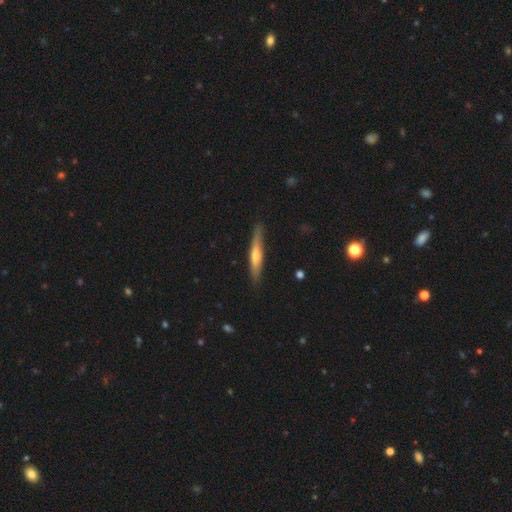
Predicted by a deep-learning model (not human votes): Overall: featured or disk (54%; smooth 40%). Edge-on disk: yes (93%). Edge-on bulge: rounded (78%). Merging: none (85%).